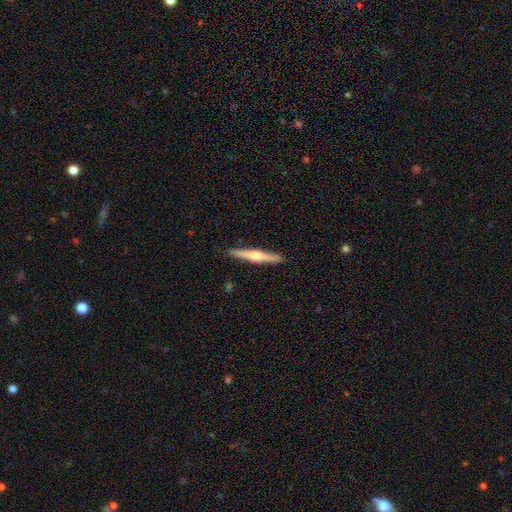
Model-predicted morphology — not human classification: A featured or disk galaxy (58%) viewed edge-on (98%) with a rounded central bulge (80%). Merging: none (92%).